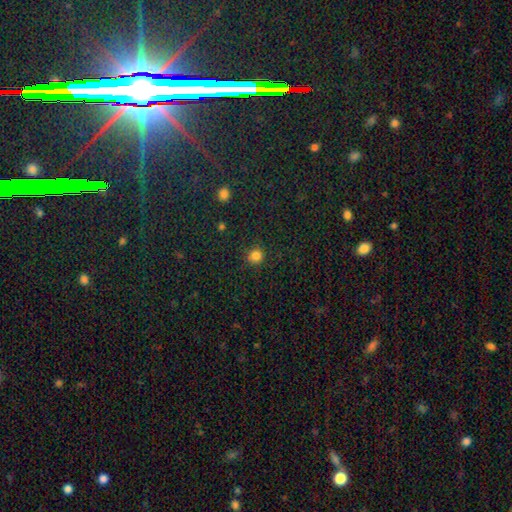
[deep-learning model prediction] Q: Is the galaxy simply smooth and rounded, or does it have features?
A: smooth — 83%.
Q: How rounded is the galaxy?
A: round — 91%.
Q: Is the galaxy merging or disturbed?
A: none — 87%.